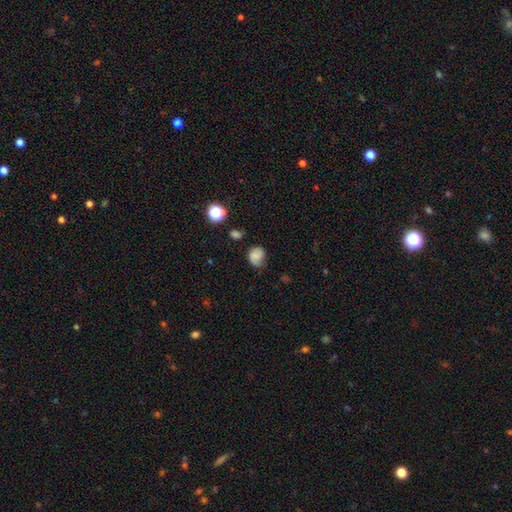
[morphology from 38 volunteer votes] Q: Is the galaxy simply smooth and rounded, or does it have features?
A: smooth — 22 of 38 (58%).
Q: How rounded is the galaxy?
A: round — 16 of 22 (73%).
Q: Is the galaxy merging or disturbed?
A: none — 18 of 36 (50%).